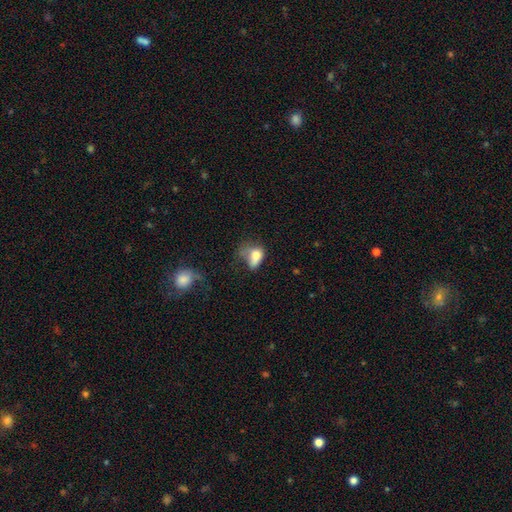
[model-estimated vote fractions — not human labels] A smooth galaxy with no disk features (69%) that is in between round and cigar-shaped (78%).

Vote fractions:
- Smooth or featured? smooth: 69% / featured or disk: 20% / star or artifact: 11%
- How rounded? in between: 78% / round: 19% / cigar-shaped: 3%
- Merging? major disturbance: 45% / minor disturbance: 24% / none: 19% / merger: 11%